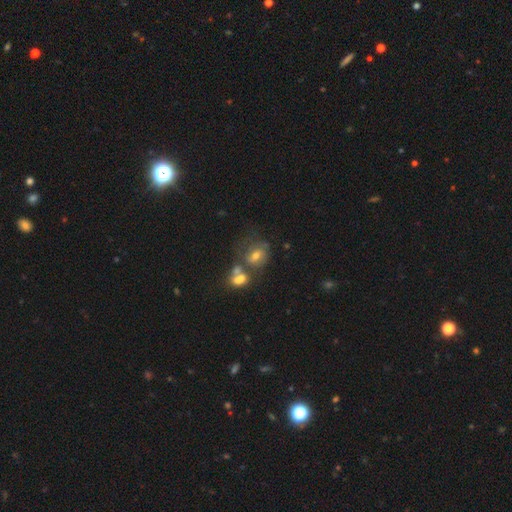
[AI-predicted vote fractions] Q: Smooth or featured?
A: smooth (47%); runner-up: featured or disk (39%)
Q: Merging?
A: merger (37%); runner-up: none (35%)